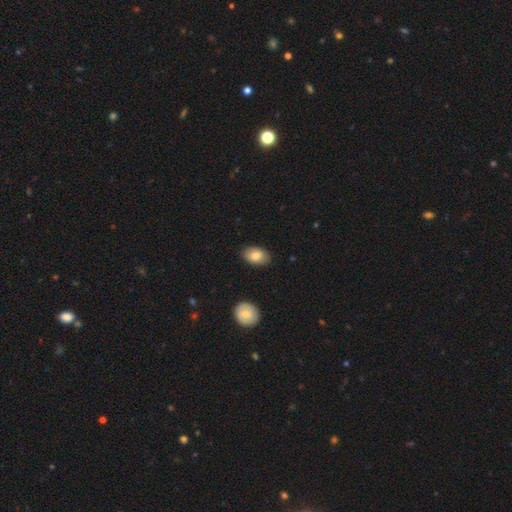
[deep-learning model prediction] Q: Smooth or featured?
A: smooth (82%); runner-up: featured or disk (12%)
Q: How rounded?
A: in between (90%); runner-up: round (9%)
Q: Merging?
A: none (86%); runner-up: minor disturbance (10%)